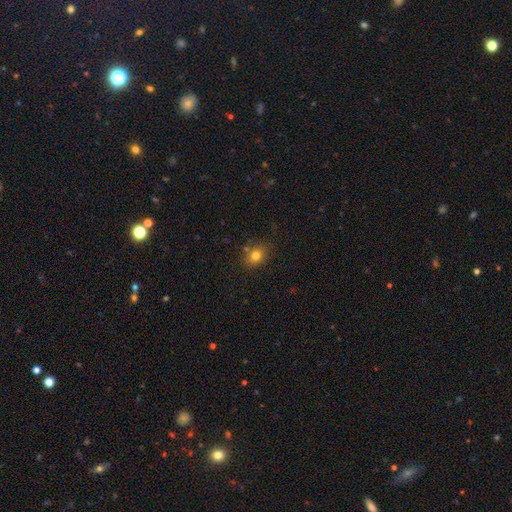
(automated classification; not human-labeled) Overall: smooth (78%). How rounded: in between (50%; round 49%). Merging: none (79%).